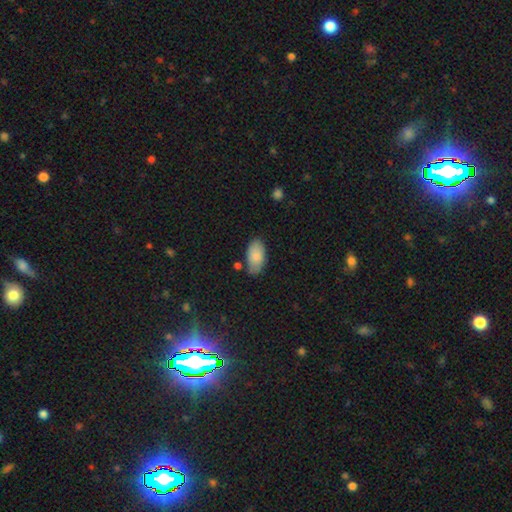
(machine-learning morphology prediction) type=smooth (84%); roundness=in between (95%); merging=none (73%).